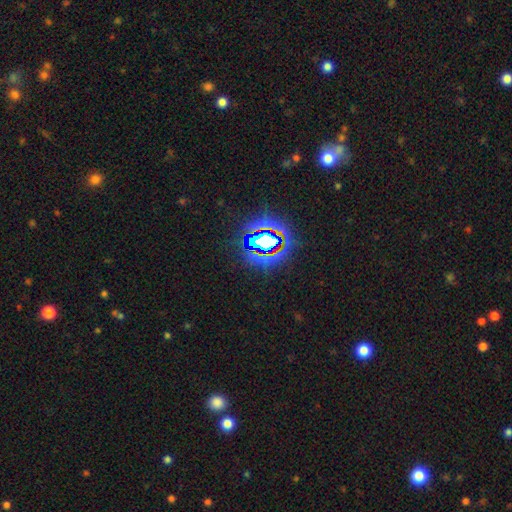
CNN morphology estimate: Smooth or featured? Predicted: star or artifact (p=0.81).